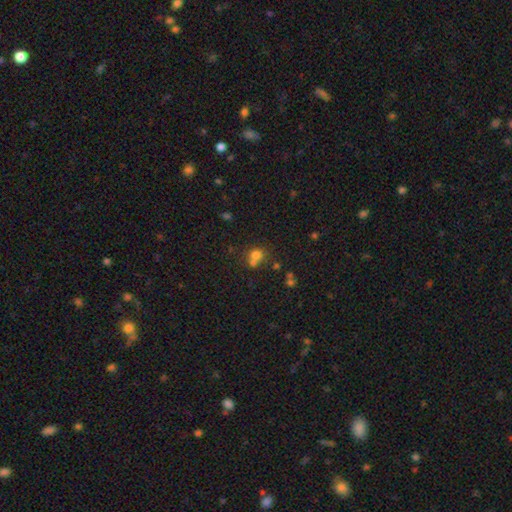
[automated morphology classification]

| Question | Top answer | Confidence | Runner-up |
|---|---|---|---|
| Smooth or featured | smooth | 70% | star or artifact (17%) |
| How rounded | round | 74% | in between (25%) |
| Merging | merger | 45% | none (40%) |